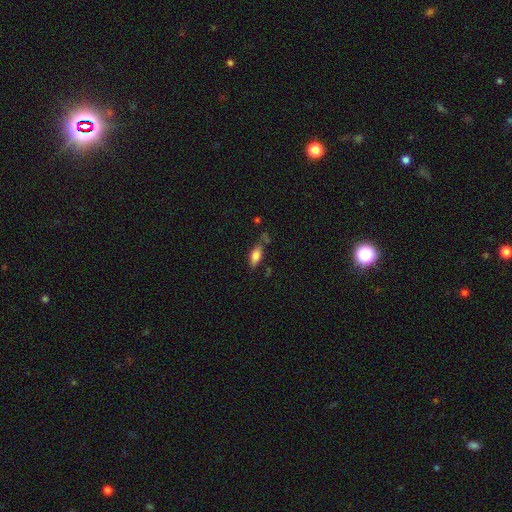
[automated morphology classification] Smooth or featured?
  - smooth: 78% *
  - featured or disk: 14%
  - star or artifact: 8%
How rounded?
  - in between: 82% *
  - cigar-shaped: 15%
  - round: 3%
Merging?
  - none: 64% *
  - minor disturbance: 21%
  - merger: 9%
  - major disturbance: 6%